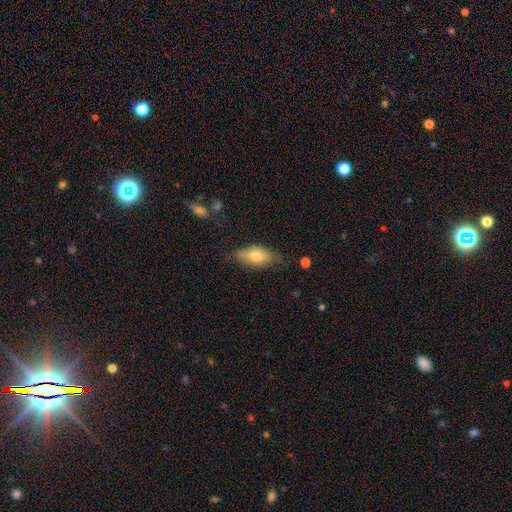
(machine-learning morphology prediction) This appears to be a smooth galaxy with no disk features (68%) that is in between round and cigar-shaped (80%). Merging: none (69%).